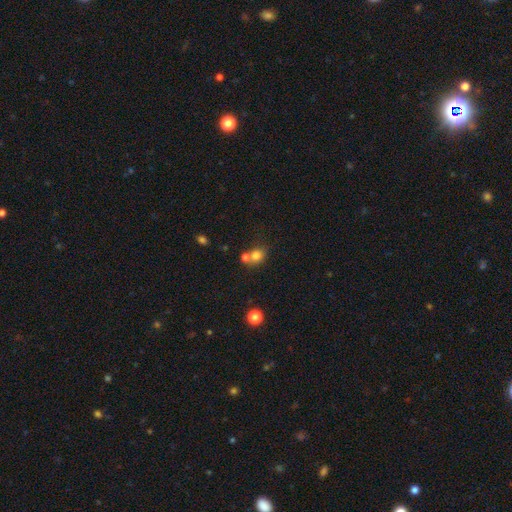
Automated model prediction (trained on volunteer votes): The model was most divided on "merging": none: 46%, merger: 41%, minor disturbance: 9%, major disturbance: 4%. More confident: smooth or featured — smooth (77%); how rounded — round (71%).